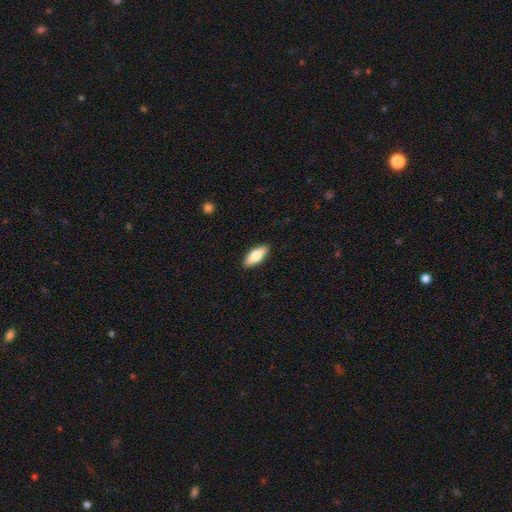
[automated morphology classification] A smooth galaxy with no disk features (77%) that is in between round and cigar-shaped (78%).

Vote fractions:
- Smooth or featured? smooth: 77% / featured or disk: 17% / star or artifact: 6%
- How rounded? in between: 78% / cigar-shaped: 20% / round: 2%
- Merging? none: 90% / minor disturbance: 8% / major disturbance: 2% / merger: 1%